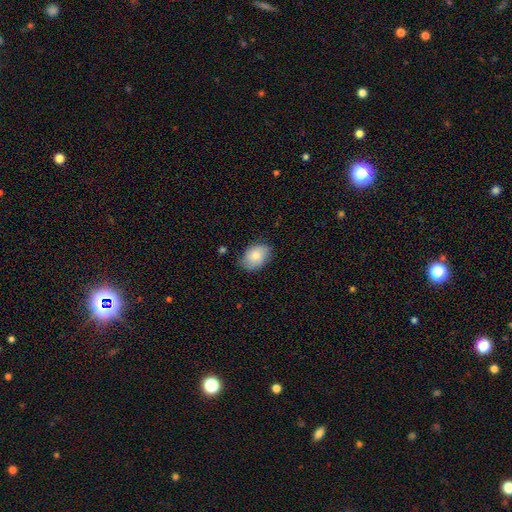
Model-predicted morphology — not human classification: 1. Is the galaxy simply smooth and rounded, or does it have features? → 81% smooth, 13% featured or disk, 7% star or artifact.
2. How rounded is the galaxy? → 78% in between, 21% round, 1% cigar-shaped.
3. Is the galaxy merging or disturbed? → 77% none, 19% minor disturbance, 3% major disturbance, 1% merger.